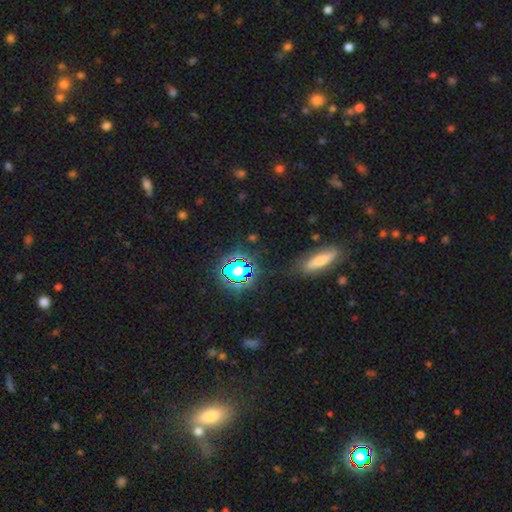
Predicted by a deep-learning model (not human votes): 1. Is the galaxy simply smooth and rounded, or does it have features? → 57% star or artifact, 29% smooth, 14% featured or disk.